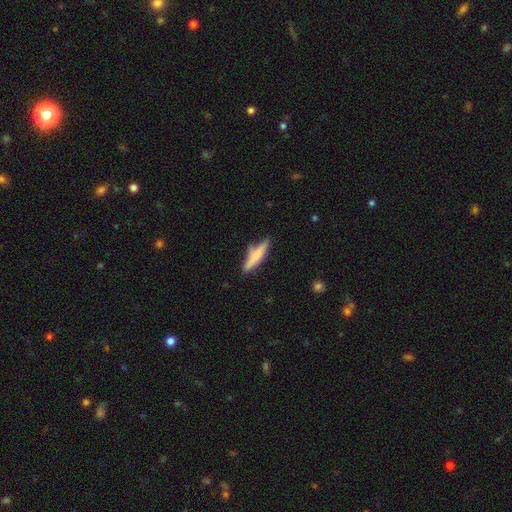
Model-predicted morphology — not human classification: A smooth galaxy with no disk features (65%) that is cigar-shaped (83%).

Vote fractions:
- Smooth or featured? smooth: 65% / featured or disk: 29% / star or artifact: 7%
- How rounded? cigar-shaped: 83% / in between: 16% / round: 2%
- Merging? none: 69% / minor disturbance: 19% / merger: 7% / major disturbance: 5%